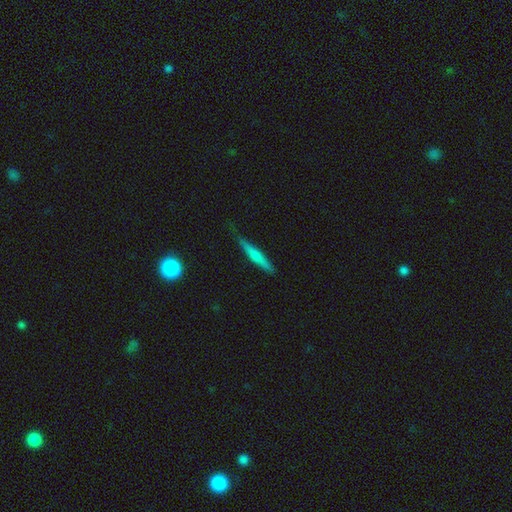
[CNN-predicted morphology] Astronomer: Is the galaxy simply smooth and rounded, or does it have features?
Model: smooth — 56% (runner-up: featured or disk, 38%).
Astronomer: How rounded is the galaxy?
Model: cigar-shaped — 93%.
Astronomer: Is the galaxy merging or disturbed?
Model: none — 83%.